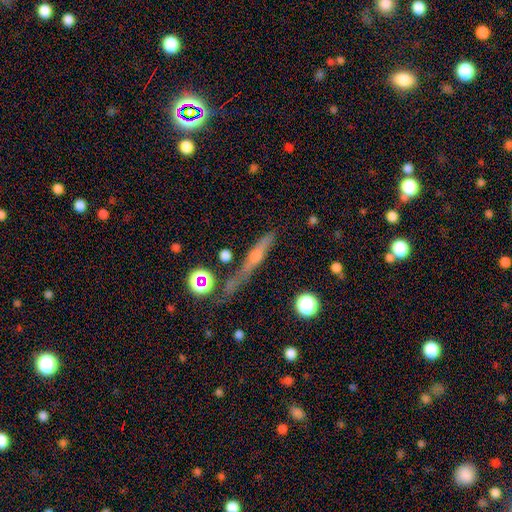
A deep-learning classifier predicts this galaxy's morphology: smooth_or_featured: featured or disk (p=0.53) [alt: smooth p=0.33]
disk_edge_on: yes (p=0.89) [alt: no p=0.11]
merging: none (p=0.60) [alt: minor disturbance p=0.22]